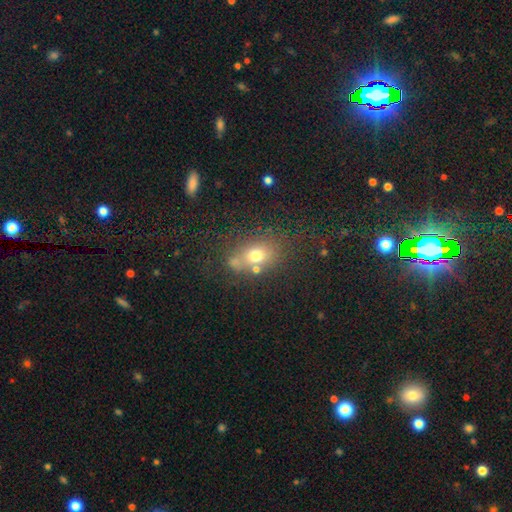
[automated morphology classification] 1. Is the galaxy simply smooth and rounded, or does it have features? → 68% smooth, 16% star or artifact, 16% featured or disk.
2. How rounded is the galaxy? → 56% in between, 42% round, 2% cigar-shaped.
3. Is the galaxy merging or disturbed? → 60% none, 16% merger, 16% minor disturbance, 8% major disturbance.